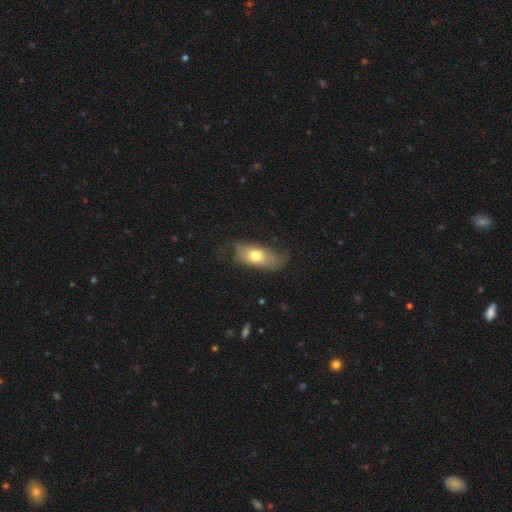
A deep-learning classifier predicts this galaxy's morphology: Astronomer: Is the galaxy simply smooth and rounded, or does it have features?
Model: smooth — 68%.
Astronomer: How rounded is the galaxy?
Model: in between — 85%.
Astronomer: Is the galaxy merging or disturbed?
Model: none — 55%.